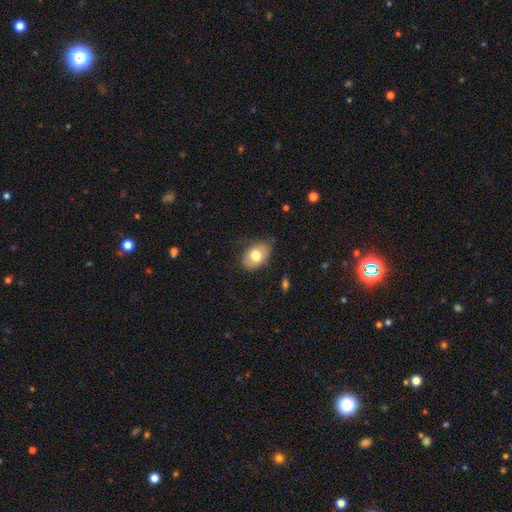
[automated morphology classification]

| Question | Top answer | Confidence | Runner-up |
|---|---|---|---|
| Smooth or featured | smooth | 76% | featured or disk (16%) |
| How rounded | in between | 83% | round (16%) |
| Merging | none | 70% | minor disturbance (24%) |